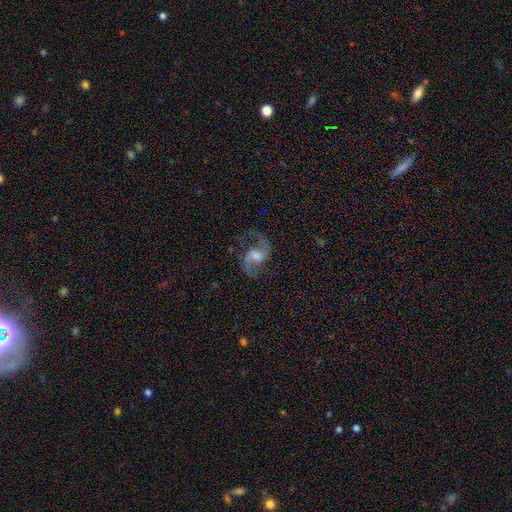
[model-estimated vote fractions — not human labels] Smooth or featured? Predicted: featured or disk (p=0.90). Edge-on disk? Predicted: no (p=0.98). Bar? Predicted: weak (p=0.51). Spiral arms? Predicted: yes (p=0.97). Spiral winding? Predicted: loose (p=0.50). Spiral arm count? Predicted: 2 (p=0.93). Bulge size? Predicted: moderate (p=0.51). Merging? Predicted: none (p=0.75).